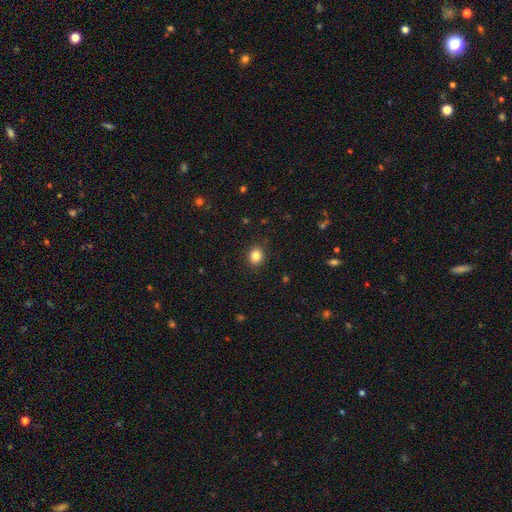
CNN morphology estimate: A smooth galaxy with no disk features (84%) that is round (71%). Merging: none (89%).